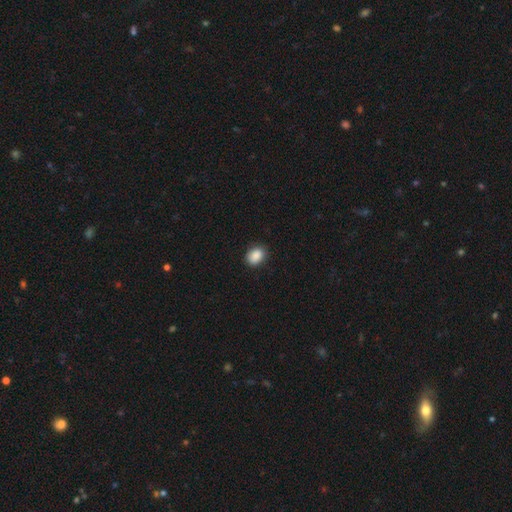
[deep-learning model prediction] Smooth or featured? Predicted: smooth (p=0.88). How rounded? Predicted: in between (p=0.66). Merging? Predicted: none (p=0.84).